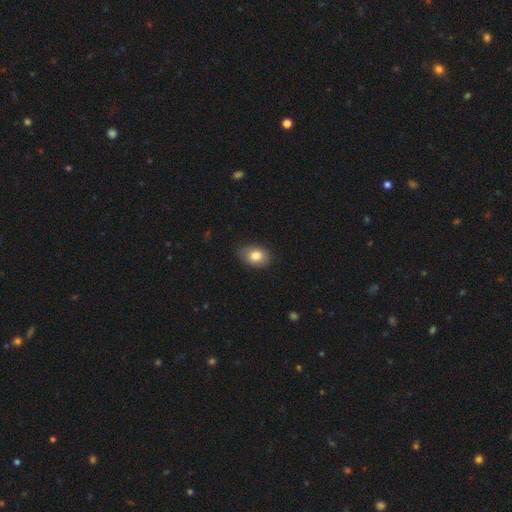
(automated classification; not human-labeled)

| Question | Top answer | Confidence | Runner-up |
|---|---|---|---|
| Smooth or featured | smooth | 82% | featured or disk (10%) |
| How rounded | in between | 79% | round (20%) |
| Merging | none | 78% | minor disturbance (18%) |